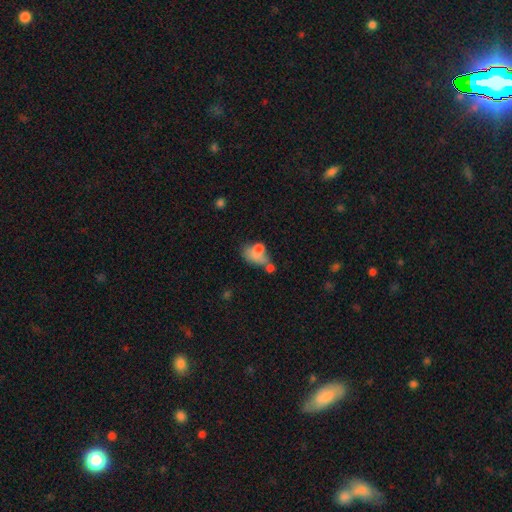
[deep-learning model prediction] Smooth or featured?
  - smooth: 67% *
  - featured or disk: 22%
  - star or artifact: 11%
How rounded?
  - in between: 75% *
  - round: 22%
  - cigar-shaped: 3%
Merging?
  - merger: 40% *
  - major disturbance: 23%
  - none: 20%
  - minor disturbance: 17%